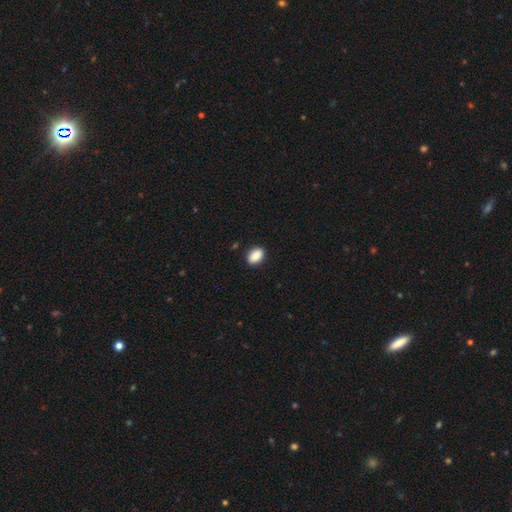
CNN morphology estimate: Smooth or featured? smooth (88%)
How rounded? in between (86%)
Merging? none (89%)